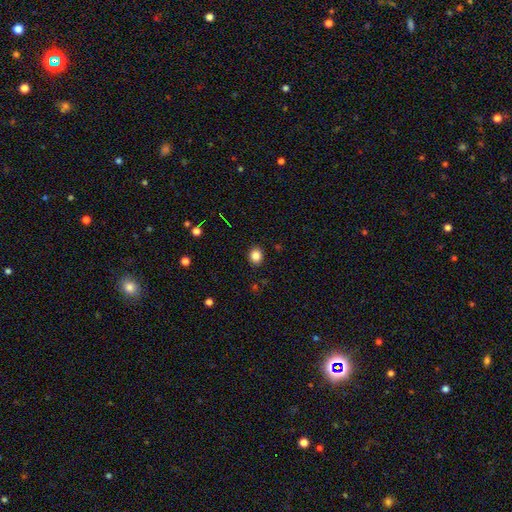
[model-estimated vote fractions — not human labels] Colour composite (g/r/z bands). It shows a smooth galaxy with no disk features (84%) that is round (68%). Merging: none (90%).